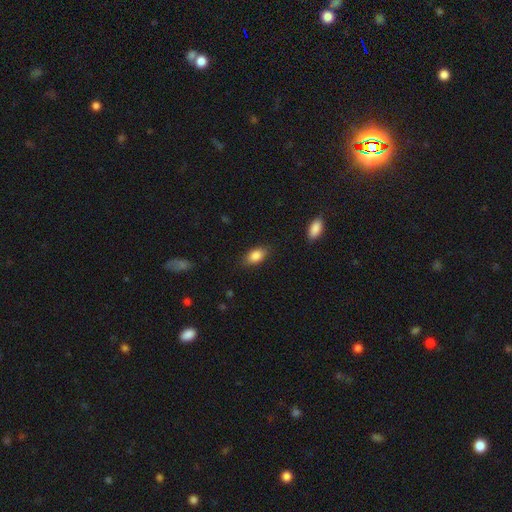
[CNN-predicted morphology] A smooth galaxy with no disk features (86%) that is in between round and cigar-shaped (88%).

Vote fractions:
- Smooth or featured? smooth: 86% / star or artifact: 8% / featured or disk: 6%
- How rounded? in between: 88% / round: 8% / cigar-shaped: 4%
- Merging? none: 83% / minor disturbance: 13% / major disturbance: 3% / merger: 1%